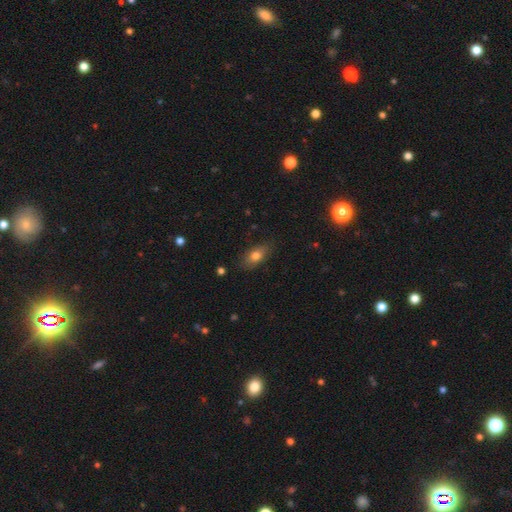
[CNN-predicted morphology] A smooth galaxy with no disk features (77%) that is in between round and cigar-shaped (83%).

Vote fractions:
- Smooth or featured? smooth: 77% / featured or disk: 14% / star or artifact: 9%
- How rounded? in between: 83% / cigar-shaped: 9% / round: 8%
- Merging? none: 82% / minor disturbance: 14% / major disturbance: 3% / merger: 1%